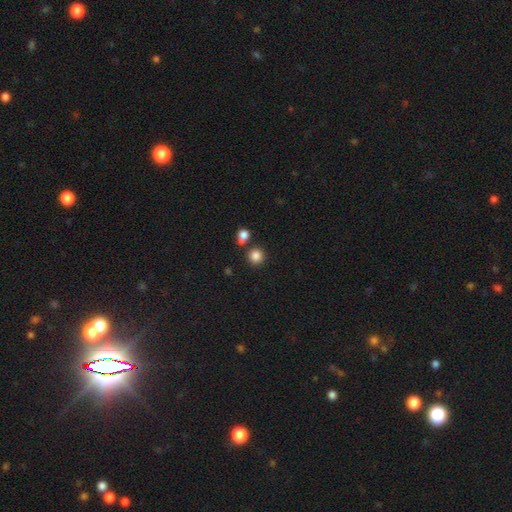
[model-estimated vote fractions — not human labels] This is clearly a smooth galaxy (85%). How rounded: clearly round (90%). Merging: likely none (75%).